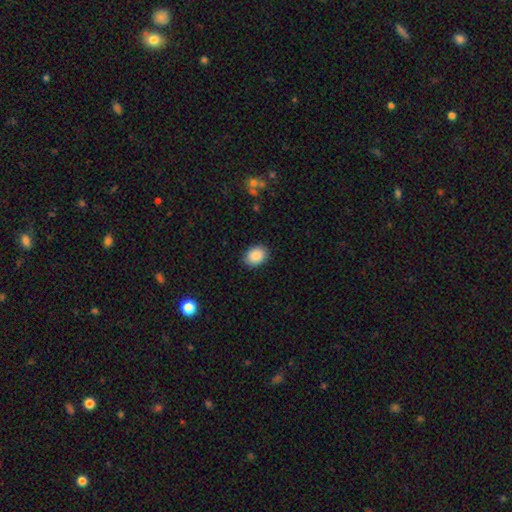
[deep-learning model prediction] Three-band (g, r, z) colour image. It shows a smooth galaxy with no disk features (89%) that is in between round and cigar-shaped (66%). Merging: none (88%).